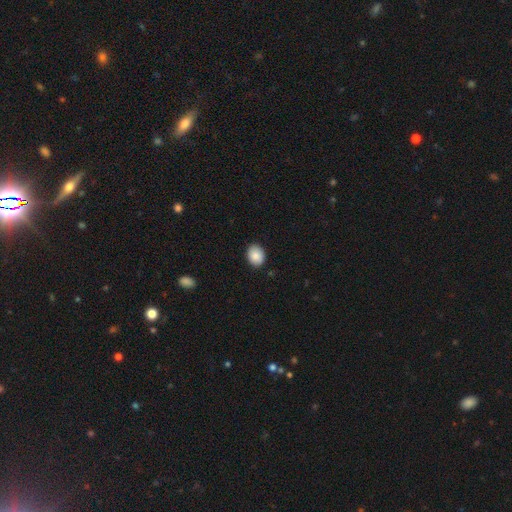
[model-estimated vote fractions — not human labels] The model was most divided on "how rounded": in between: 57%, round: 42%, cigar-shaped: 1%. More confident: smooth or featured — smooth (88%); merging — none (88%).